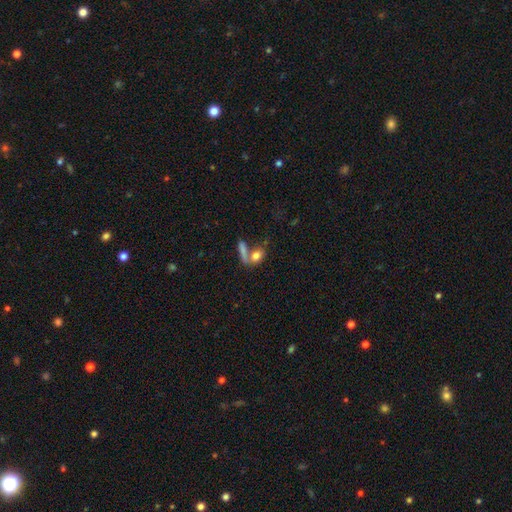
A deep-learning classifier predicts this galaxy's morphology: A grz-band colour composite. It shows a smooth galaxy with no disk features (74%) that is in between round and cigar-shaped (67%). Merging: none (41%).